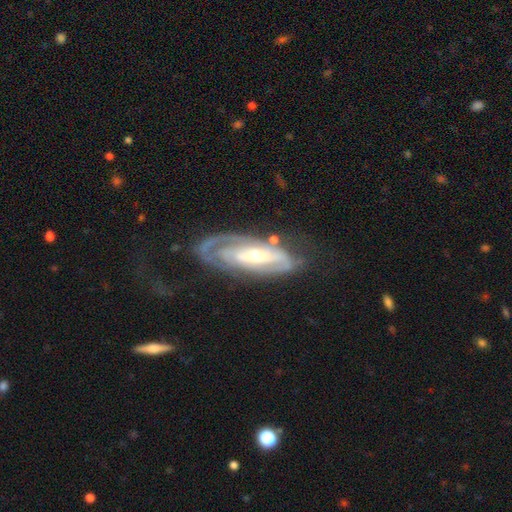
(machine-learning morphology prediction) A featured or disk galaxy (83%) with no bar (49%), 2 (40%) tight (64%) spiral arms (86%) and a moderate central bulge (49%).

Vote fractions:
- Smooth or featured? featured or disk: 83% / smooth: 12% / star or artifact: 5%
- Edge-on disk? no: 89% / yes: 11%
- Bar? no: 49% / weak: 30% / strong: 20%
- Spiral arms? yes: 86% / no: 14%
- Spiral winding? tight: 64% / medium: 26% / loose: 10%
- Spiral arm count? 2: 40% / can't tell: 34% / 1: 15% / 3: 6% / 4: 2% / more than 4: 2%
- Bulge size? moderate: 49% / small: 45% / large: 4% / none: 1% / dominant: 1%
- Merging? none: 59% / minor disturbance: 21% / major disturbance: 17% / merger: 3%